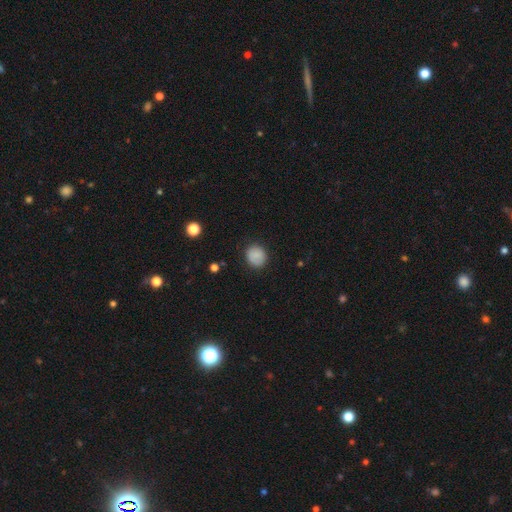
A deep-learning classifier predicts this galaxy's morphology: Smooth or featured? Predicted: smooth (p=0.85). How rounded? Predicted: round (p=0.81). Merging? Predicted: none (p=0.84).